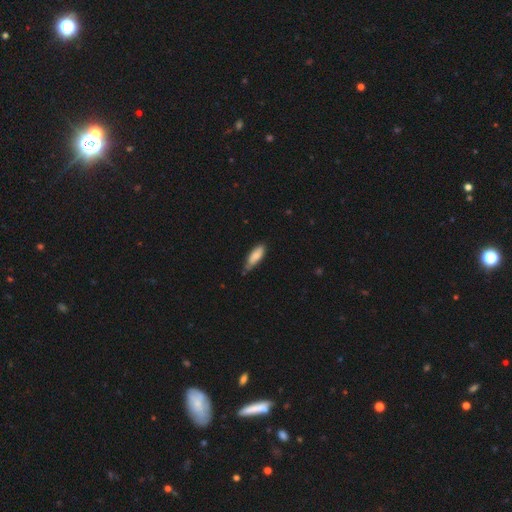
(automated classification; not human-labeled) A smooth galaxy with no disk features (83%) that is in between round and cigar-shaped (60%).

Vote fractions:
- Smooth or featured? smooth: 83% / featured or disk: 11% / star or artifact: 6%
- How rounded? in between: 60% / cigar-shaped: 39% / round: 2%
- Merging? none: 61% / minor disturbance: 32% / major disturbance: 4% / merger: 2%